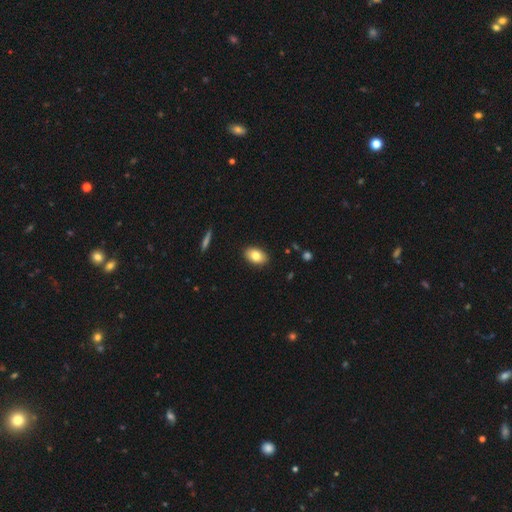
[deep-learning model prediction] Smooth or featured: smooth — 80% (featured or disk — 12%)
How rounded: in between — 89% (round — 9%)
Merging: none — 89% (minor disturbance — 8%)